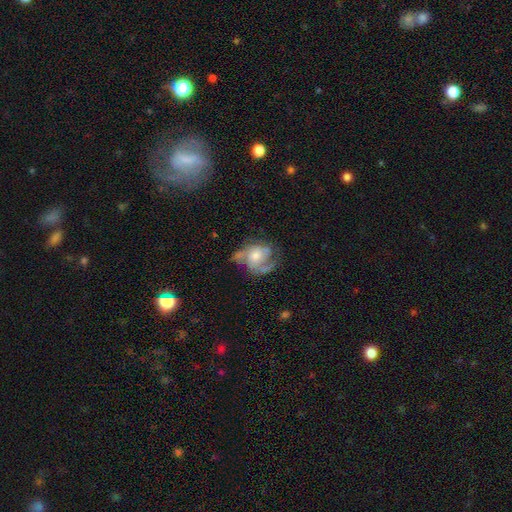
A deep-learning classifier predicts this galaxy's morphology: The model was most divided on "bulge size": moderate: 50%, small: 39%, large: 6%, none: 3%, dominant: 1%. Remaining: edge-on disk — no (97%); spiral arms — yes (90%); smooth or featured — featured or disk (78%); bar — no (68%); spiral arm count — 2 (51%); merging — none (51%); spiral winding — medium (47%).